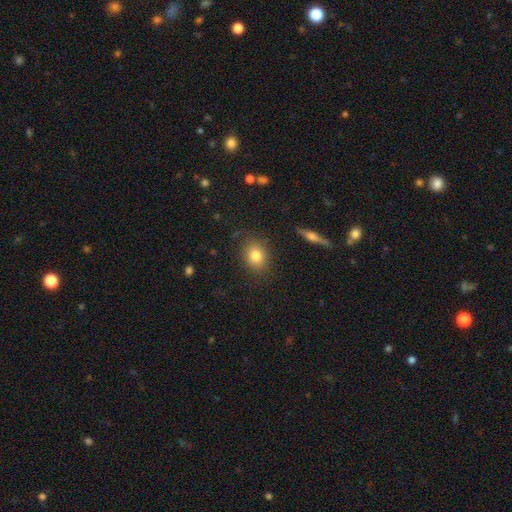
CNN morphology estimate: Smooth or featured? smooth (81%)
How rounded? round (52%)
Merging? none (82%)